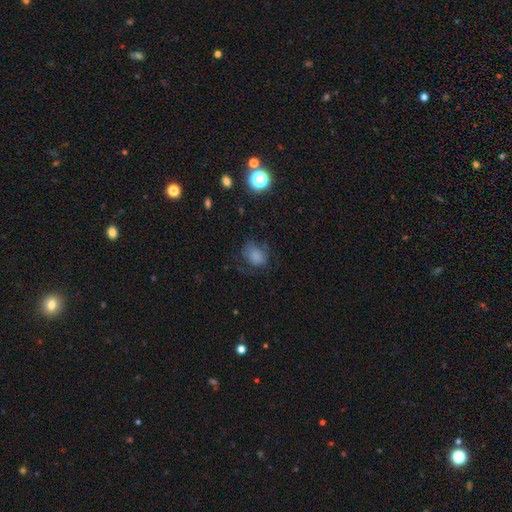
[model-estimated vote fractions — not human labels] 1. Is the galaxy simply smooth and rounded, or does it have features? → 74% smooth, 14% featured or disk, 12% star or artifact.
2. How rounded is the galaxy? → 54% in between, 45% round, 1% cigar-shaped.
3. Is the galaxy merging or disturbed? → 52% none, 26% minor disturbance, 20% major disturbance, 2% merger.